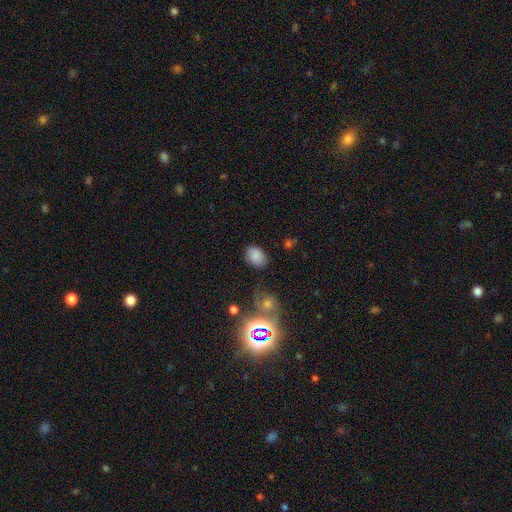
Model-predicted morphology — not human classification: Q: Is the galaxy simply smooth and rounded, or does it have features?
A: smooth — 80%.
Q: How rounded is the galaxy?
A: in between — 72%.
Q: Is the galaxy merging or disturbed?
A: none — 78%.